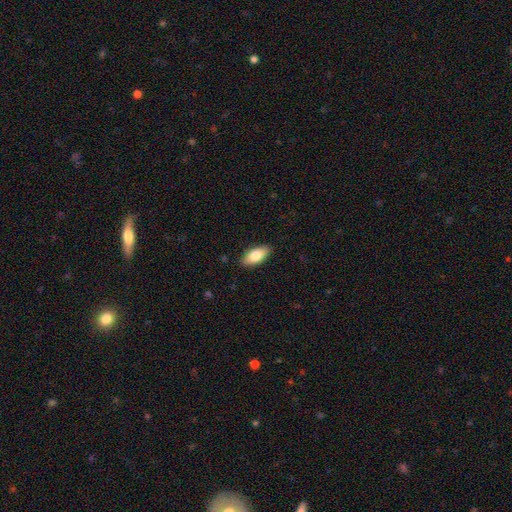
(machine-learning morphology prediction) smooth_or_featured: smooth (p=0.79) [alt: featured or disk p=0.14]
how_rounded: in between (p=0.89) [alt: cigar-shaped p=0.08]
merging: none (p=0.88) [alt: minor disturbance p=0.09]